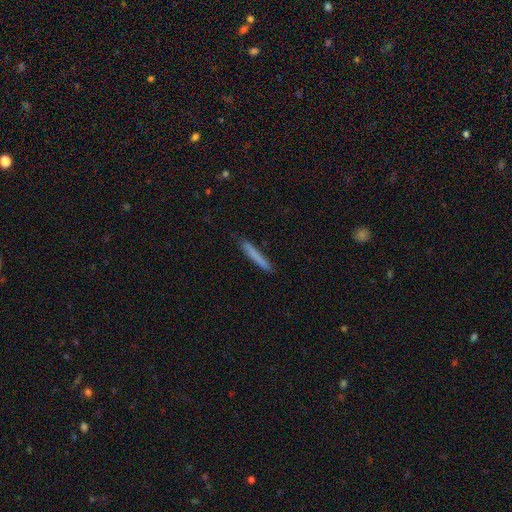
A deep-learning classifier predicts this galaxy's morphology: smooth-or-featured: smooth: 77% | featured or disk: 17% | star or artifact: 6%
  how-rounded: cigar-shaped: 96% | in between: 3% | round: 1%
  merging: none: 86% | minor disturbance: 11% | major disturbance: 2% | merger: 1%